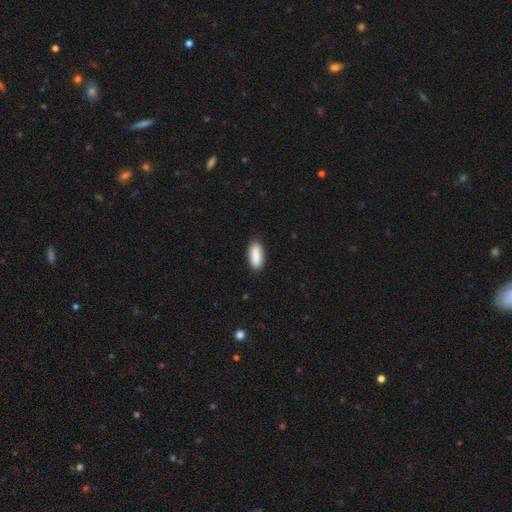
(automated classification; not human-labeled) This appears to be a smooth galaxy with no disk features (87%) that is in between round and cigar-shaped (79%). Merging: none (86%).